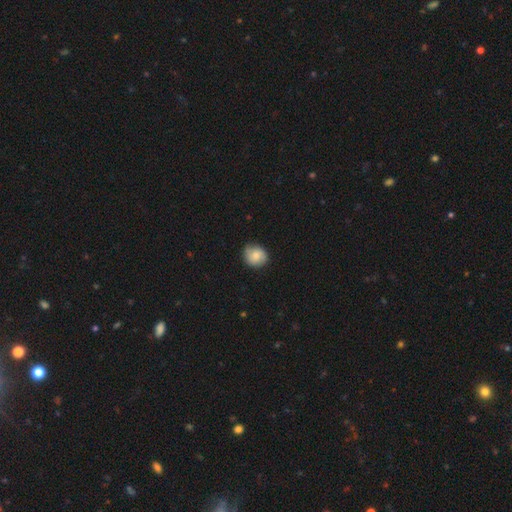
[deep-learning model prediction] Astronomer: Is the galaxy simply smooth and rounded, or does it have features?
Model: smooth — 73%.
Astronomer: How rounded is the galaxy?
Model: round — 79%.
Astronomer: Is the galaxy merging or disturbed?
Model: none — 80%.